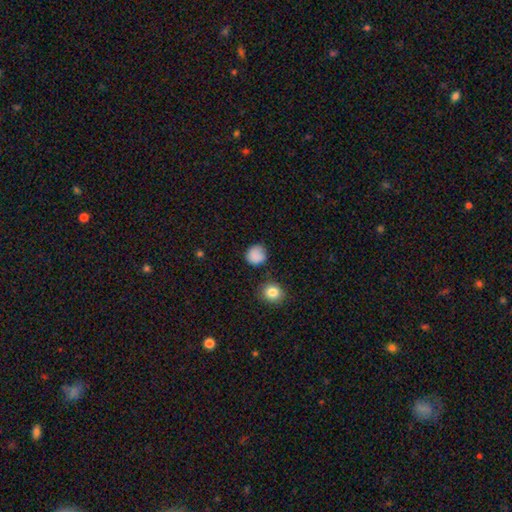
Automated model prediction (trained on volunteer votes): A smooth galaxy with no disk features (87%) that is round (89%). Merging: none (79%).